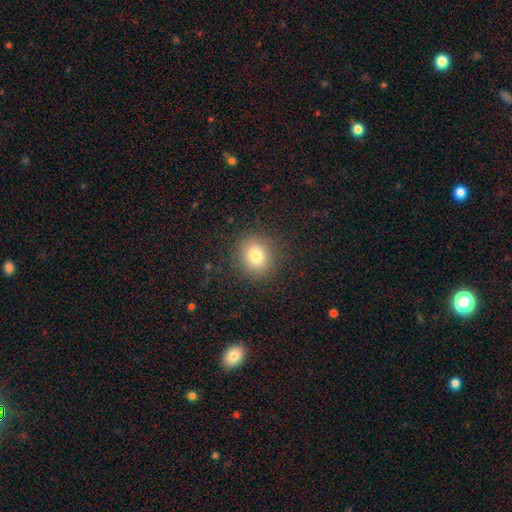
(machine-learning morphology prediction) Q: Smooth or featured?
A: smooth (79%); runner-up: star or artifact (12%)
Q: How rounded?
A: round (80%); runner-up: in between (19%)
Q: Merging?
A: none (89%); runner-up: minor disturbance (7%)